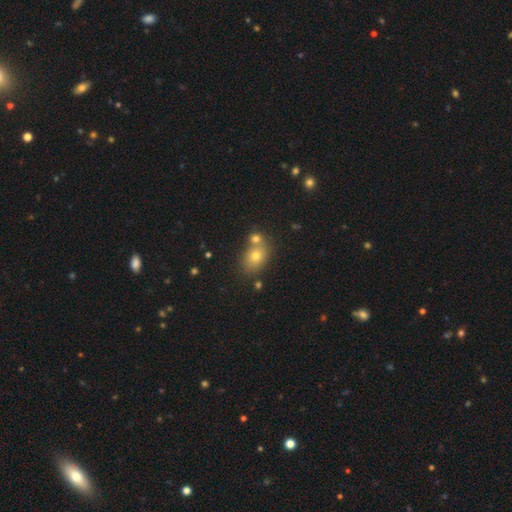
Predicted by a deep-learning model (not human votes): A smooth galaxy with no disk features (71%) that is in between round and cigar-shaped (58%). Merging: none (57%).